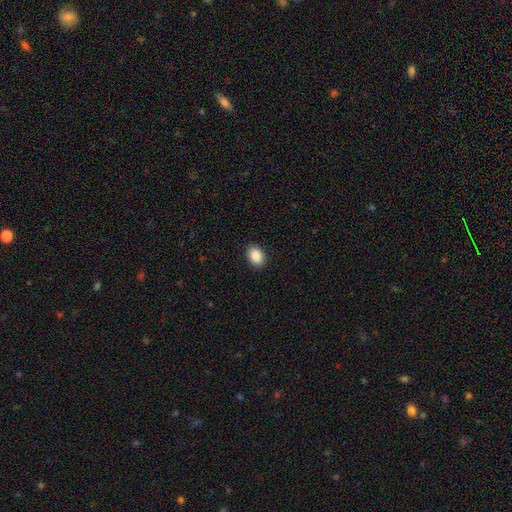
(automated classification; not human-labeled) Smooth or featured?
  - smooth: 89% *
  - star or artifact: 8%
  - featured or disk: 3%
How rounded?
  - in between: 75% *
  - round: 24%
  - cigar-shaped: 1%
Merging?
  - none: 91% *
  - minor disturbance: 6%
  - major disturbance: 2%
  - merger: 1%